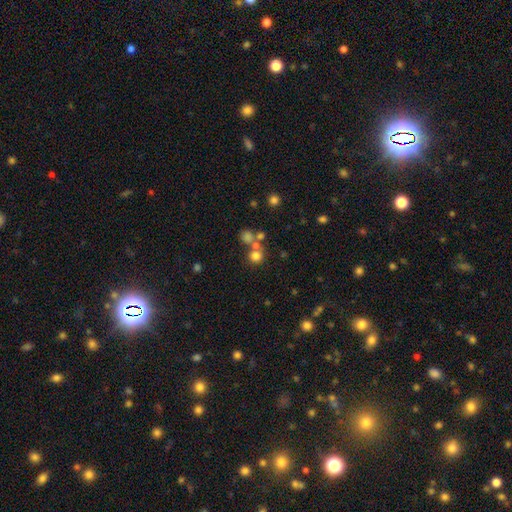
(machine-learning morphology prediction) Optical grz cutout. It shows a smooth galaxy with no disk features (73%) that is round (89%). Merging: none (58%).